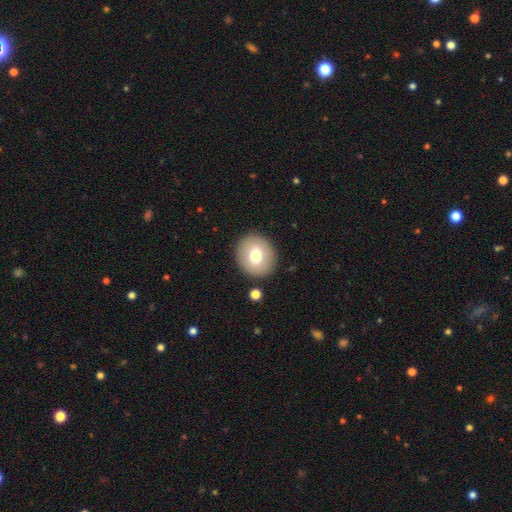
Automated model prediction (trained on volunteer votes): Smooth or featured? smooth (73%)
How rounded? round (74%)
Merging? none (88%)